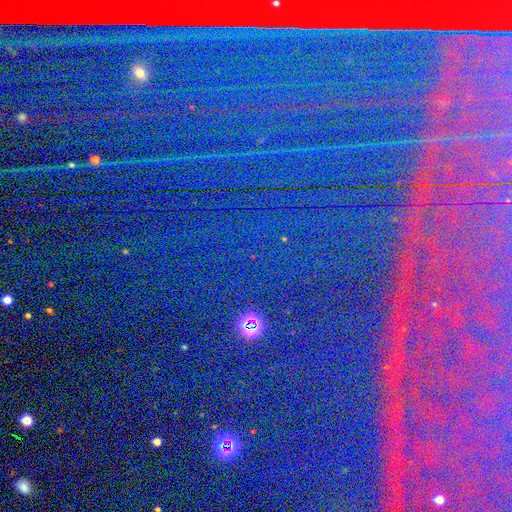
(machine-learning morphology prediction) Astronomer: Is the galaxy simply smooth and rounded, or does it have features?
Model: star or artifact — 82%.